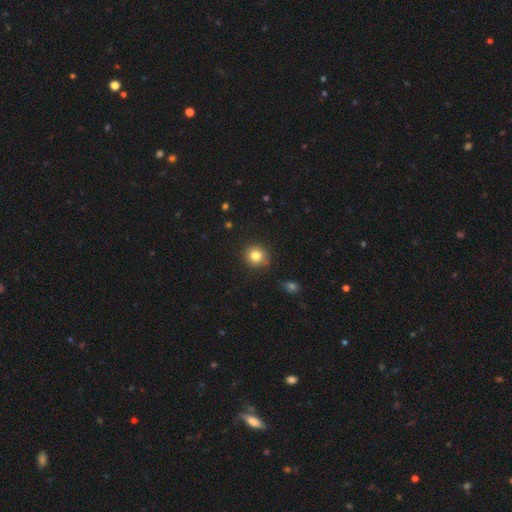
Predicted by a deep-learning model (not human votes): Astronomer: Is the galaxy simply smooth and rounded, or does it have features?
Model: smooth — 82%.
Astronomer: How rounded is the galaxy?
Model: round — 89%.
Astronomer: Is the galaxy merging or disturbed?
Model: none — 87%.